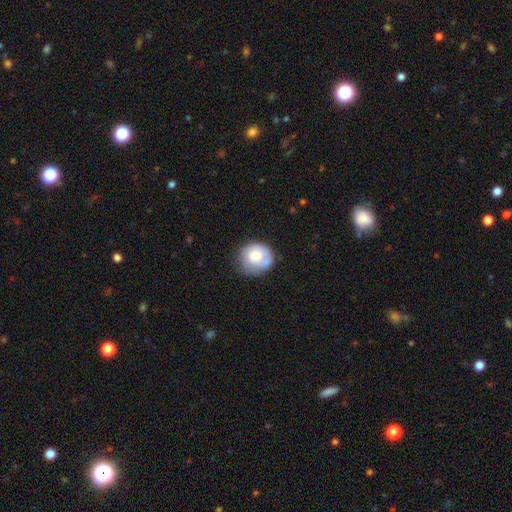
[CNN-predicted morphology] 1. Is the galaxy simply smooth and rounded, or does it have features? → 69% smooth, 23% featured or disk, 8% star or artifact.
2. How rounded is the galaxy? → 82% round, 17% in between, 1% cigar-shaped.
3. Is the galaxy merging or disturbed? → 59% none, 25% minor disturbance, 8% major disturbance, 8% merger.